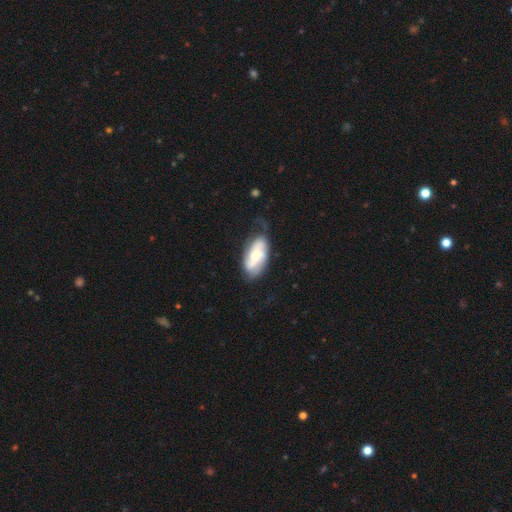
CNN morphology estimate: smooth_or_featured: featured or disk (p=0.59) [alt: smooth p=0.36]
disk_edge_on: no (p=0.92) [alt: yes p=0.08]
bar: no (p=0.61) [alt: weak p=0.29]
has_spiral_arms: yes (p=0.81) [alt: no p=0.19]
bulge_size: moderate (p=0.55) [alt: small p=0.36]
merging: none (p=0.58) [alt: minor disturbance p=0.28]